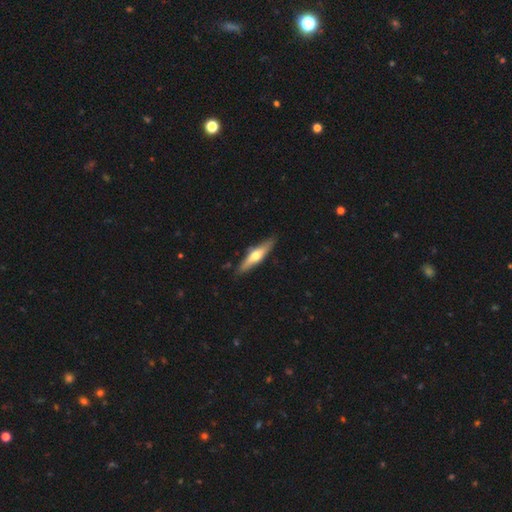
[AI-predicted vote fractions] Smooth or featured?
  - featured or disk: 54% *
  - smooth: 41%
  - star or artifact: 5%
Edge-on disk?
  - yes: 91% *
  - no: 9%
Merging?
  - none: 86% *
  - minor disturbance: 11%
  - major disturbance: 2%
  - merger: 2%